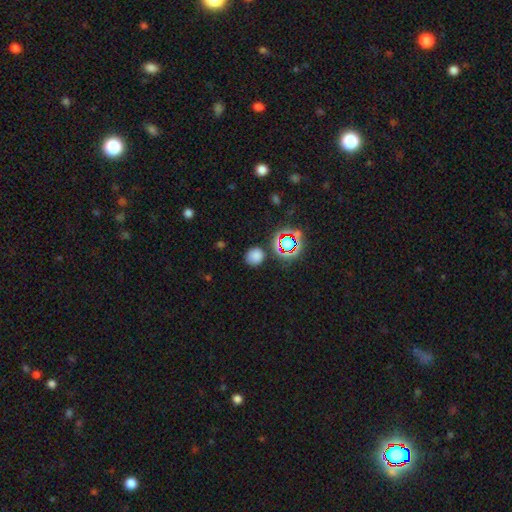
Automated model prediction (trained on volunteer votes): Q: Smooth or featured?
A: smooth (71%); runner-up: star or artifact (23%)
Q: How rounded?
A: round (86%); runner-up: in between (13%)
Q: Merging?
A: none (82%); runner-up: minor disturbance (10%)